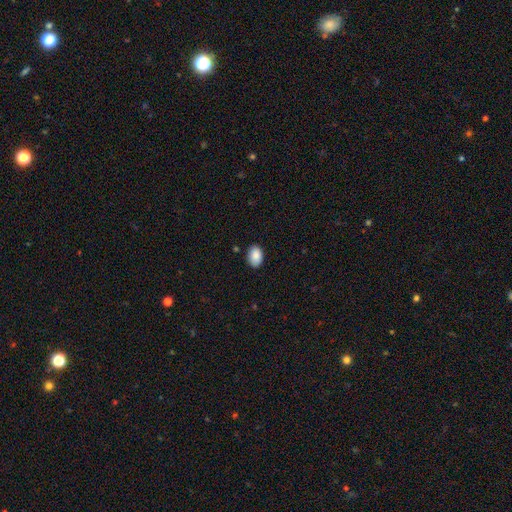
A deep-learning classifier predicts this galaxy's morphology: Smooth or featured?
  - smooth: 88% *
  - star or artifact: 7%
  - featured or disk: 5%
How rounded?
  - in between: 85% *
  - round: 14%
  - cigar-shaped: 1%
Merging?
  - none: 86% *
  - minor disturbance: 11%
  - major disturbance: 2%
  - merger: 1%